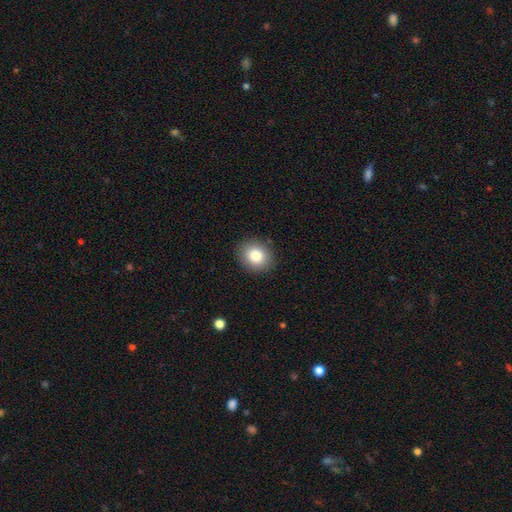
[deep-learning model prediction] Q: Smooth or featured?
A: smooth (82%); runner-up: star or artifact (9%)
Q: How rounded?
A: round (68%); runner-up: in between (31%)
Q: Merging?
A: none (89%); runner-up: minor disturbance (7%)